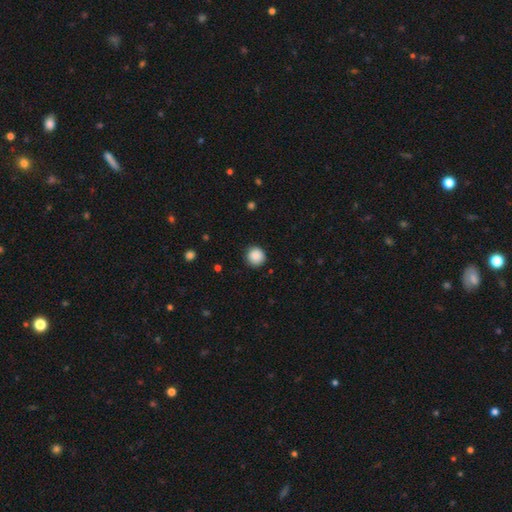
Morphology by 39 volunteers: Overall: smooth (95%). How rounded: round (97%). Merging: none (87%).